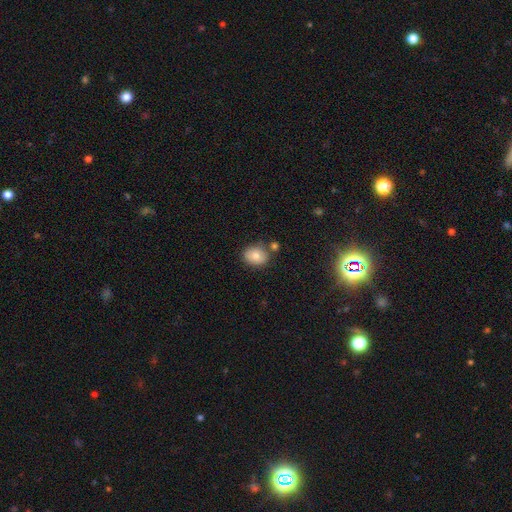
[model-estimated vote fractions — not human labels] smooth-or-featured: smooth: 78% | featured or disk: 12% | star or artifact: 9%
  how-rounded: round: 52% | in between: 47% | cigar-shaped: 1%
  merging: none: 71% | minor disturbance: 14% | merger: 11% | major disturbance: 3%